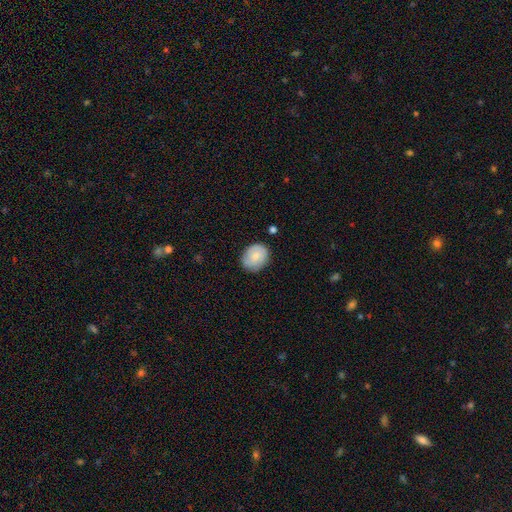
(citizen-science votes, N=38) A smooth galaxy with no disk features (79%) that is round (80%). Merging: none (89%).